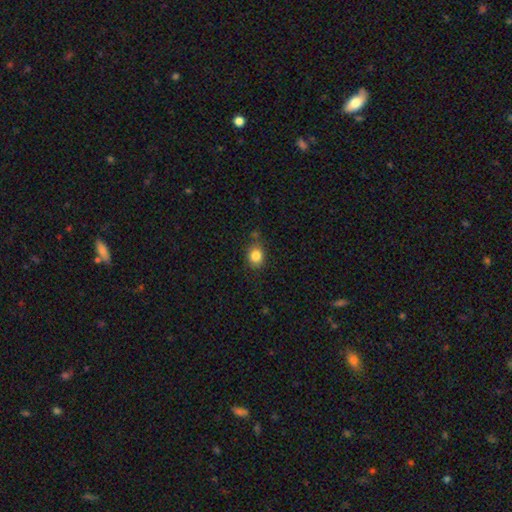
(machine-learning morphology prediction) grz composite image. It shows a smooth galaxy with no disk features (83%) that is round (63%). Merging: none (73%).